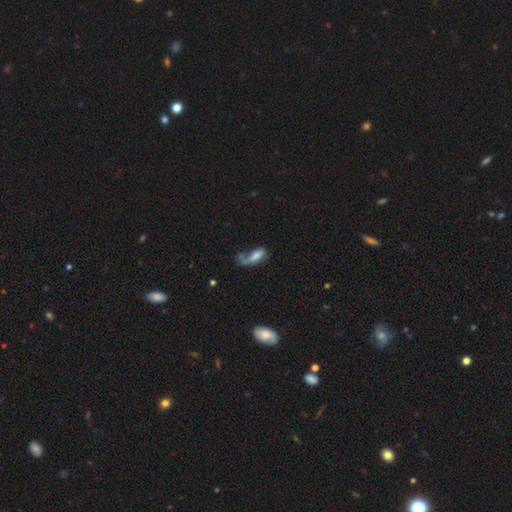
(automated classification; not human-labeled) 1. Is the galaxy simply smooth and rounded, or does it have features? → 59% smooth, 31% featured or disk, 10% star or artifact.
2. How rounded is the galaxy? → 70% in between, 26% cigar-shaped, 4% round.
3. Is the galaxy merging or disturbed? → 34% major disturbance, 30% none, 20% minor disturbance, 16% merger.